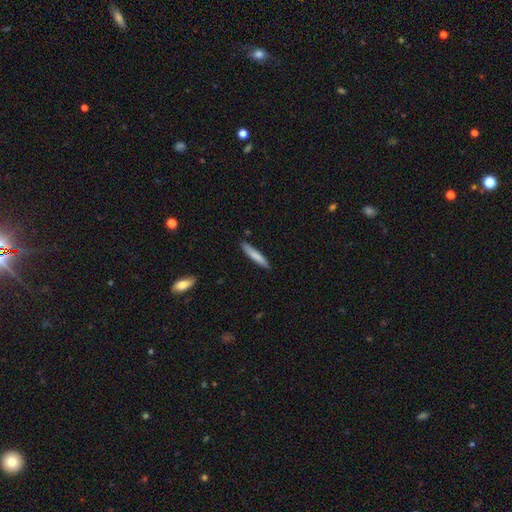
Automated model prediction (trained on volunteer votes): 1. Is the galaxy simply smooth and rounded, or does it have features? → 78% smooth, 17% featured or disk, 5% star or artifact.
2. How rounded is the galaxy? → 92% cigar-shaped, 7% in between, 1% round.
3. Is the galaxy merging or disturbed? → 87% none, 10% minor disturbance, 2% merger, 2% major disturbance.